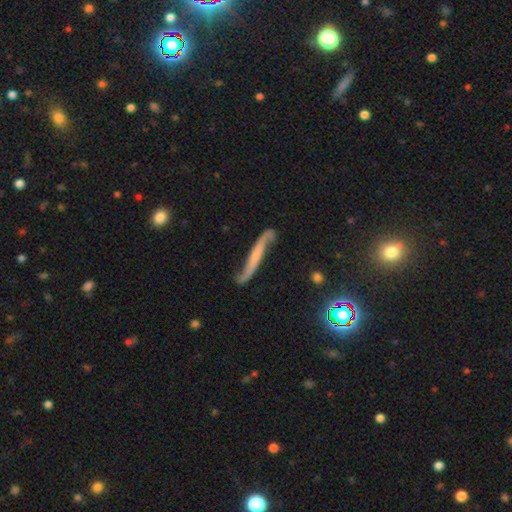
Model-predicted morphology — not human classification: Q: Smooth or featured?
A: featured or disk (72%); runner-up: smooth (20%)
Q: Edge-on disk?
A: no (55%); runner-up: yes (45%)
Q: Merging?
A: none (62%); runner-up: minor disturbance (24%)